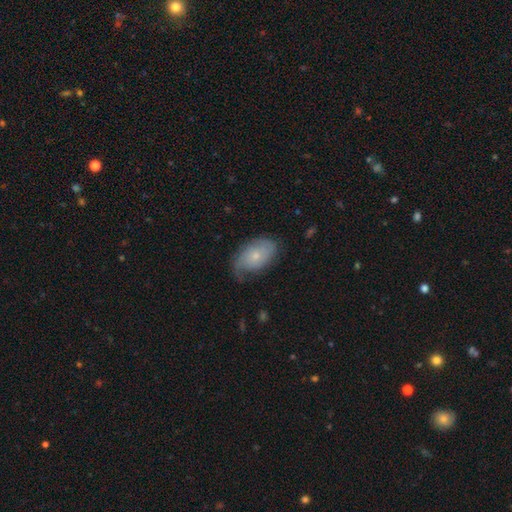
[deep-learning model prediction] smooth_or_featured: featured or disk (p=0.52) [alt: smooth p=0.41]
disk_edge_on: no (p=0.95) [alt: yes p=0.05]
merging: none (p=0.60) [alt: minor disturbance p=0.28]